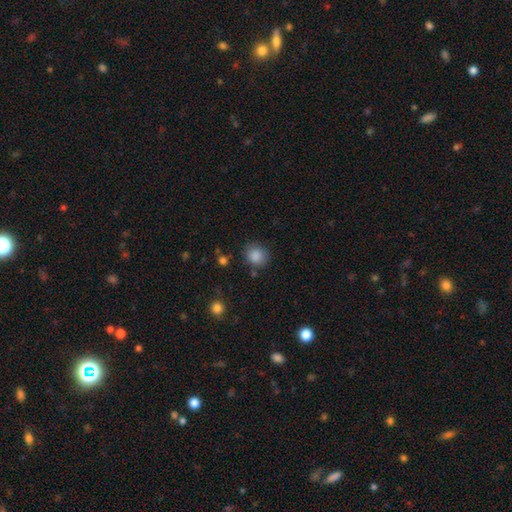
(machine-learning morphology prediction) Overall: smooth (86%). How rounded: round (78%). Merging: none (80%).